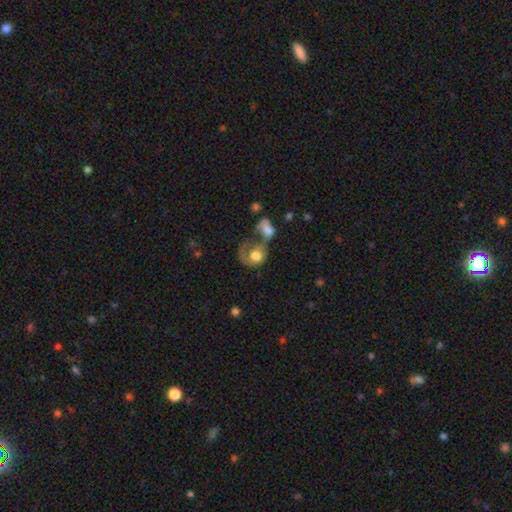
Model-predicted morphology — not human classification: The model was most divided on "merging": merger: 46%, major disturbance: 27%, none: 17%, minor disturbance: 10%. More confident: how rounded — round (64%); smooth or featured — smooth (58%).